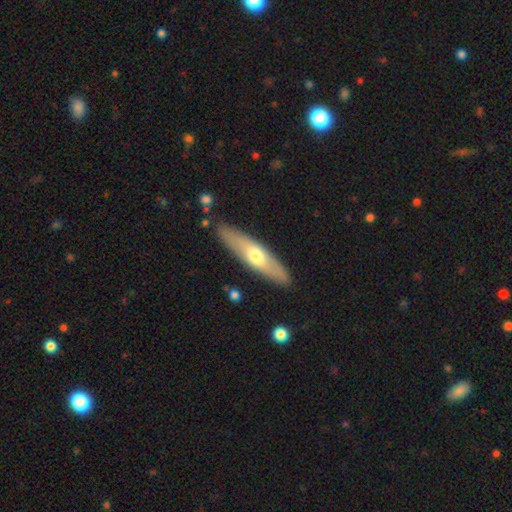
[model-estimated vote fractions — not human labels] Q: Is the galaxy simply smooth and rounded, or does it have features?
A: smooth — 49%.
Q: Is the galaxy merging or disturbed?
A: none — 87%.